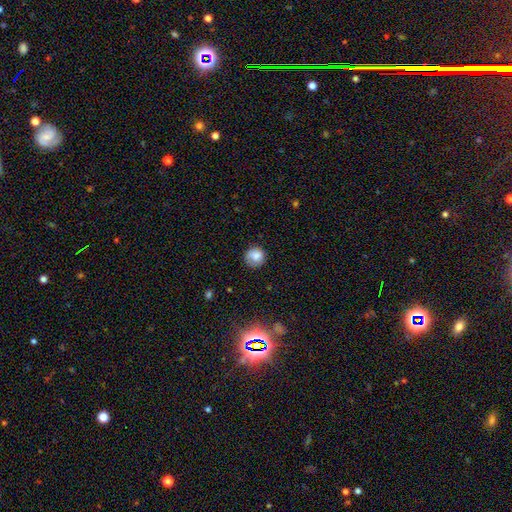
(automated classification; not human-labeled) Smooth or featured? Predicted: smooth (p=0.81). How rounded? Predicted: round (p=0.90). Merging? Predicted: none (p=0.75).